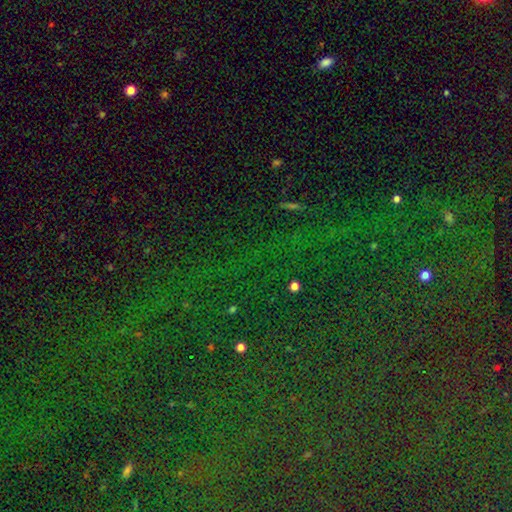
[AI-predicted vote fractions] Smooth or featured: star or artifact — 82% (smooth — 9%)